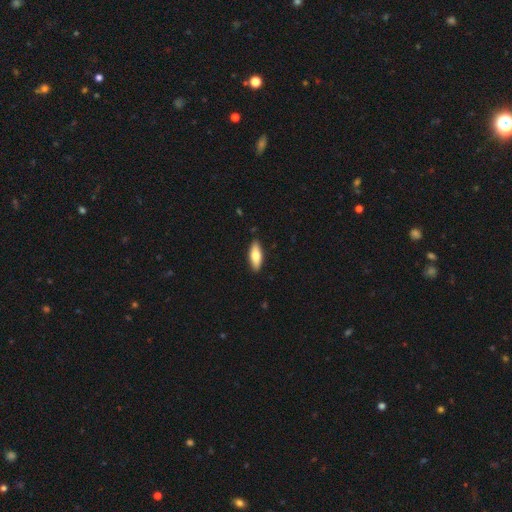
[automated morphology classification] type=smooth (72%); roundness=in between (65%); merging=none (88%).